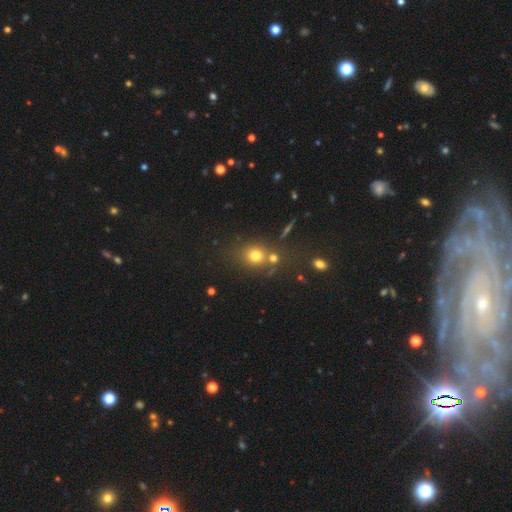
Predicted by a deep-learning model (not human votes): This is likely a smooth galaxy (72%). How rounded: likely round (76%). Merging: likely none (60%).